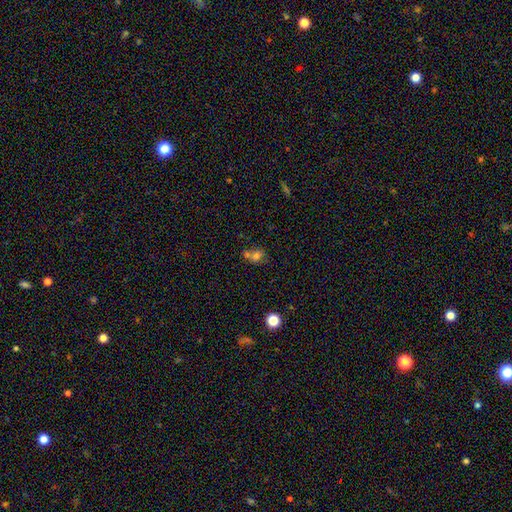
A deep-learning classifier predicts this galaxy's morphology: Overall: smooth (66%). How rounded: round (59%; in between 40%). Merging: merger (41%; none 38%).